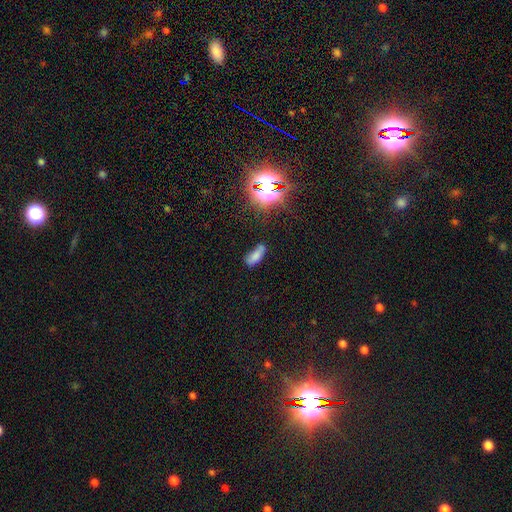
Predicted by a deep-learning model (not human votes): Smooth or featured? Predicted: smooth (p=0.70). How rounded? Predicted: in between (p=0.73). Merging? Predicted: none (p=0.49).